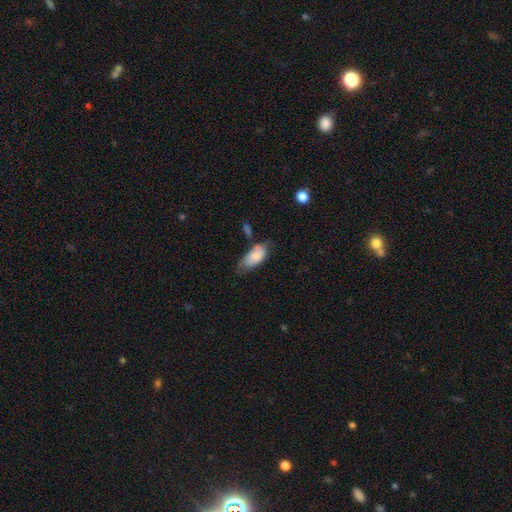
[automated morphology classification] Smooth or featured?
  - smooth: 78% *
  - featured or disk: 15%
  - star or artifact: 7%
How rounded?
  - in between: 91% *
  - cigar-shaped: 6%
  - round: 3%
Merging?
  - none: 44% *
  - minor disturbance: 35%
  - major disturbance: 11%
  - merger: 10%